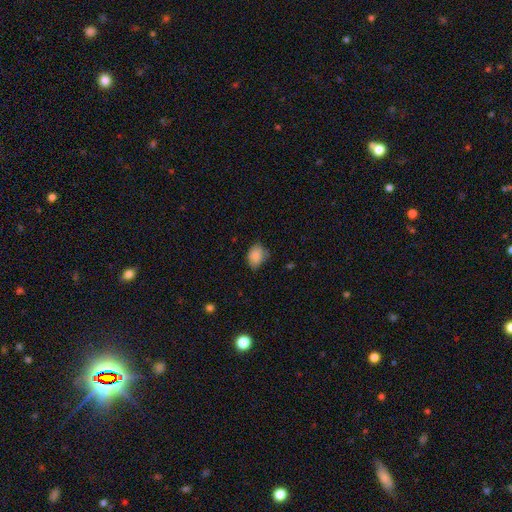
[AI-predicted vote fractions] This appears to be a smooth galaxy with no disk features (87%) that is in between round and cigar-shaped (68%). Merging: none (67%).